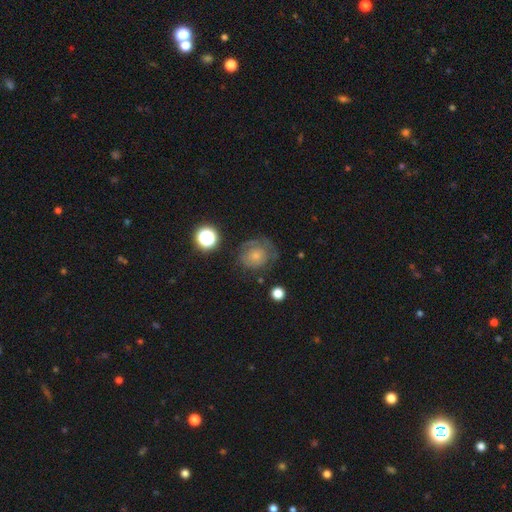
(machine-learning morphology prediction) Smooth or featured? smooth (55%)
How rounded? round (82%)
Merging? none (56%)